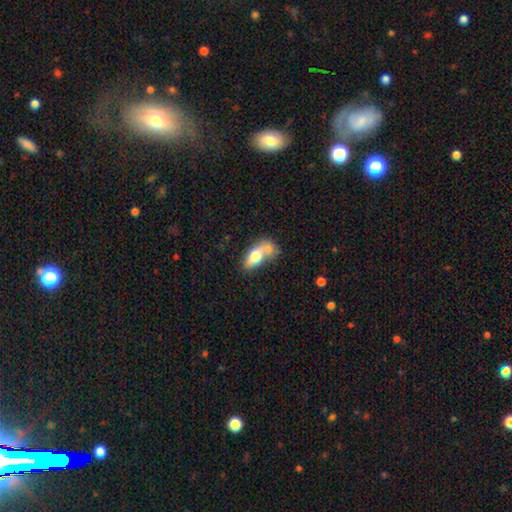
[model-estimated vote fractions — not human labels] smooth-or-featured: smooth: 68% | featured or disk: 25% | star or artifact: 7%
  how-rounded: in between: 82% | cigar-shaped: 12% | round: 7%
  merging: merger: 54% | none: 27% | minor disturbance: 12% | major disturbance: 7%